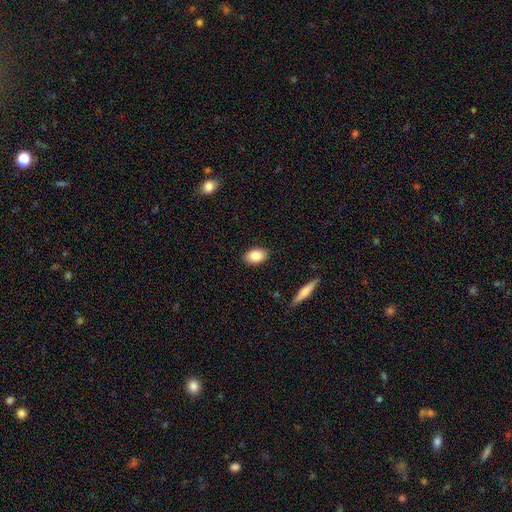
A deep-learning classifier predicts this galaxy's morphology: Overall: smooth (84%). How rounded: in between (87%). Merging: none (88%).